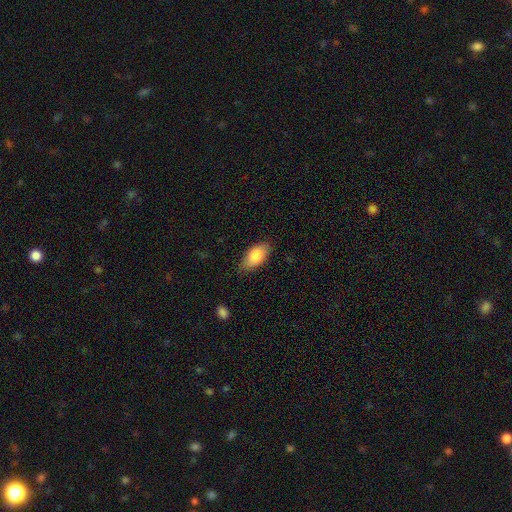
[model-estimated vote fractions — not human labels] A smooth galaxy with no disk features (88%) that is in between round and cigar-shaped (93%). Merging: none (77%).